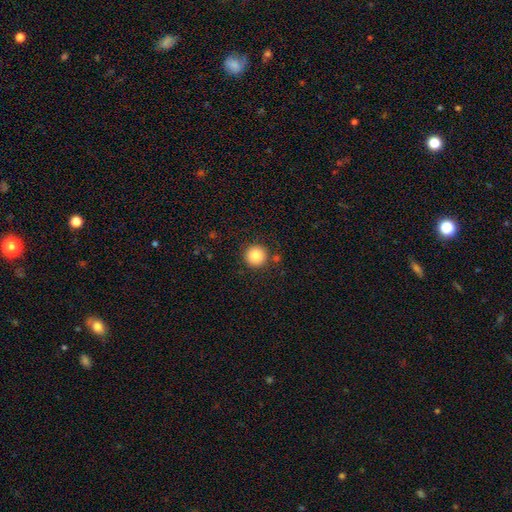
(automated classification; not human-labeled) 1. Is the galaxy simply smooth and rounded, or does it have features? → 86% smooth, 9% star or artifact, 5% featured or disk.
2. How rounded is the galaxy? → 95% round, 4% in between, 1% cigar-shaped.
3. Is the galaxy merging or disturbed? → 88% none, 7% minor disturbance, 3% merger, 2% major disturbance.